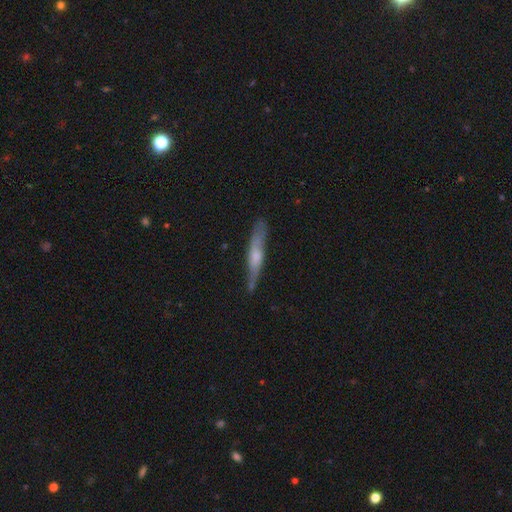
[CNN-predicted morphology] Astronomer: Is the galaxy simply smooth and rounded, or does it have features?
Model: featured or disk — 53% (runner-up: smooth, 41%).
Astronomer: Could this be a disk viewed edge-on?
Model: yes — 86%.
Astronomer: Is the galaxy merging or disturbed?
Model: none — 75%.